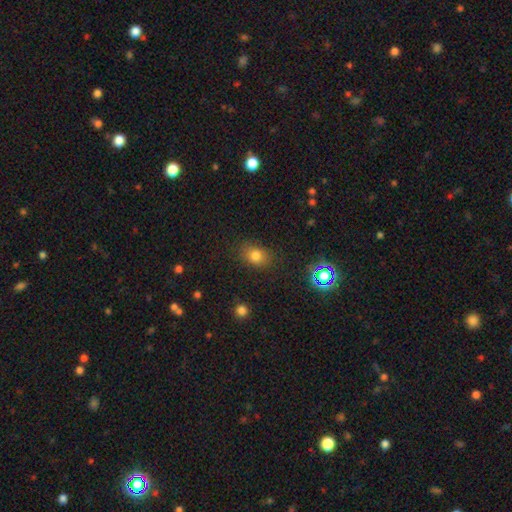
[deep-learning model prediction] smooth 78%, star or artifact 14%, featured or disk 8%. Down the decision tree: how rounded — in between (65%); merging — none (79%).